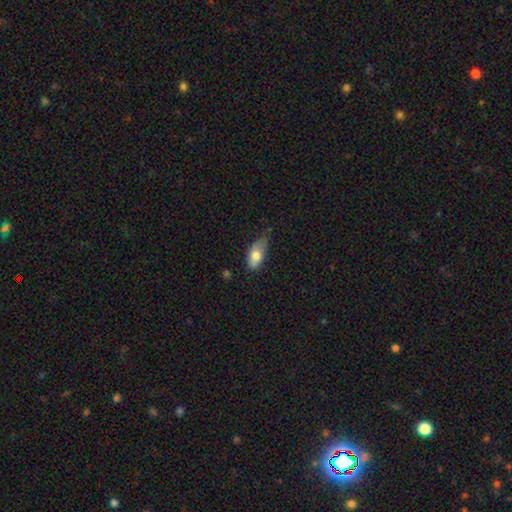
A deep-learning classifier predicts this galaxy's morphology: Smooth or featured? Predicted: smooth (p=0.74). How rounded? Predicted: in between (p=0.87). Merging? Predicted: minor disturbance (p=0.46).